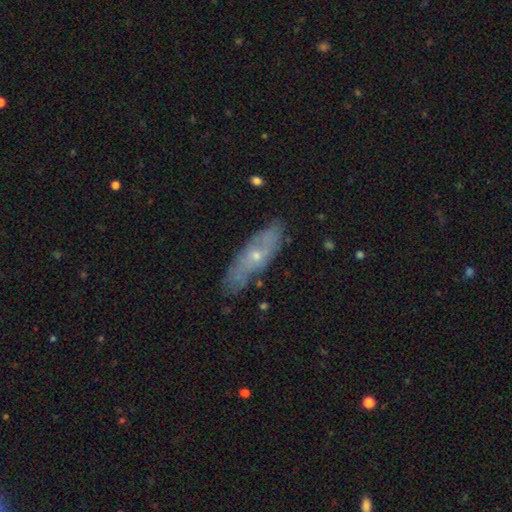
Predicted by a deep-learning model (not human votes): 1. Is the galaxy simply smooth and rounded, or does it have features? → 60% featured or disk, 33% smooth, 7% star or artifact.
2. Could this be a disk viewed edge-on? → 69% no, 31% yes.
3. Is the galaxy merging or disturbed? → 75% none, 19% minor disturbance, 4% major disturbance, 2% merger.